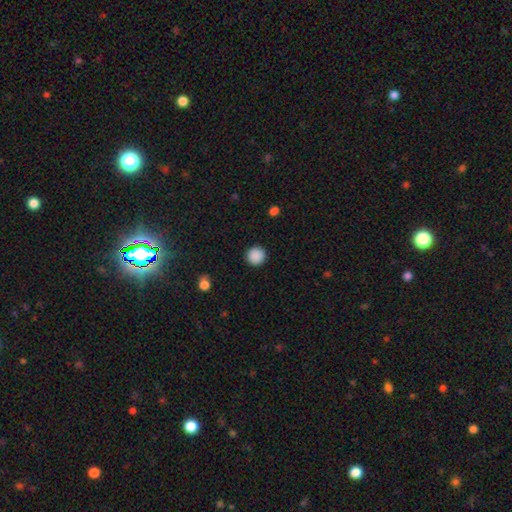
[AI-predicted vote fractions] Q: Smooth or featured?
A: smooth (89%); runner-up: star or artifact (9%)
Q: How rounded?
A: round (95%); runner-up: in between (4%)
Q: Merging?
A: none (92%); runner-up: minor disturbance (5%)